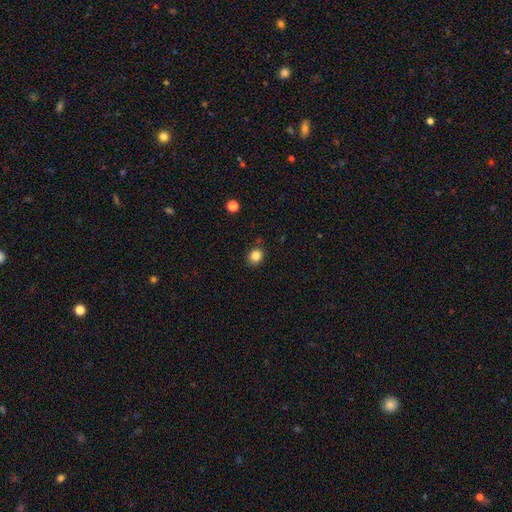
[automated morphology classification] The model was most divided on "how rounded": round: 67%, in between: 32%, cigar-shaped: 1%. More confident: merging — none (85%); smooth or featured — smooth (84%).